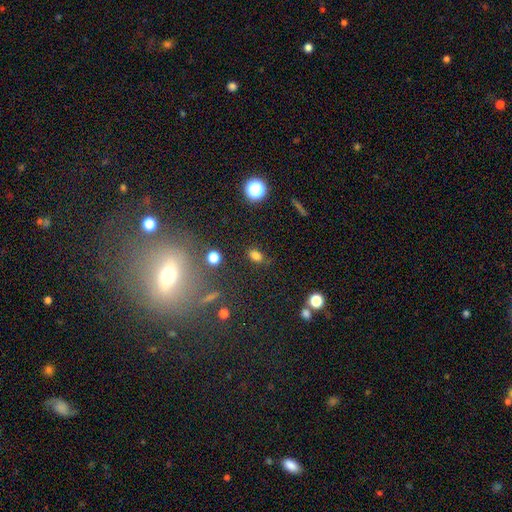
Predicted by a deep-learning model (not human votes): smooth 78%, star or artifact 16%, featured or disk 6%. Down the decision tree: how rounded — in between (77%); merging — none (80%).